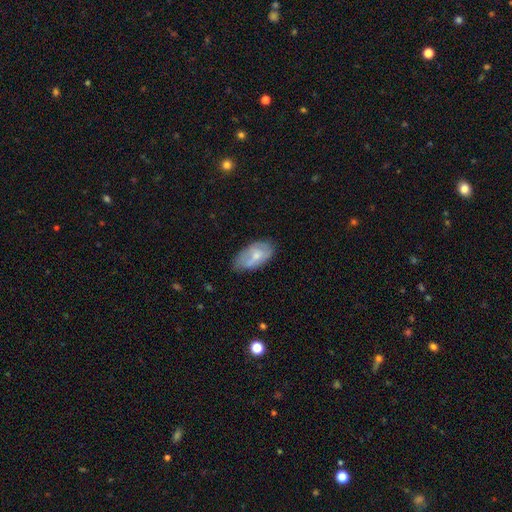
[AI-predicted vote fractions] Smooth or featured: smooth — 57% (featured or disk — 37%)
How rounded: in between — 93% (round — 4%)
Merging: none — 61% (minor disturbance — 30%)